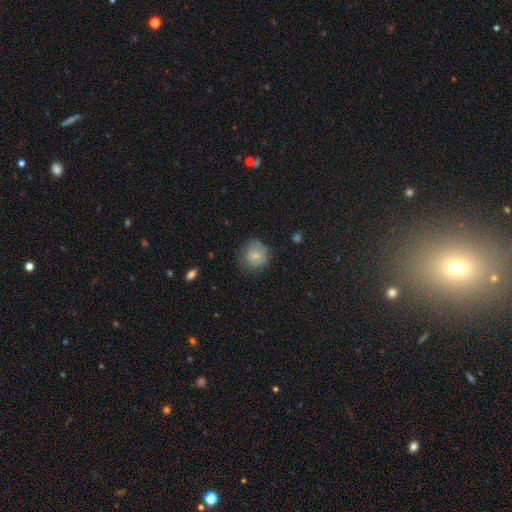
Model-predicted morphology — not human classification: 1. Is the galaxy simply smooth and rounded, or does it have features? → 75% smooth, 15% featured or disk, 9% star or artifact.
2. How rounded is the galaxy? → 83% round, 16% in between, 1% cigar-shaped.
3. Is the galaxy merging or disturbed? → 64% none, 25% minor disturbance, 10% major disturbance, 1% merger.